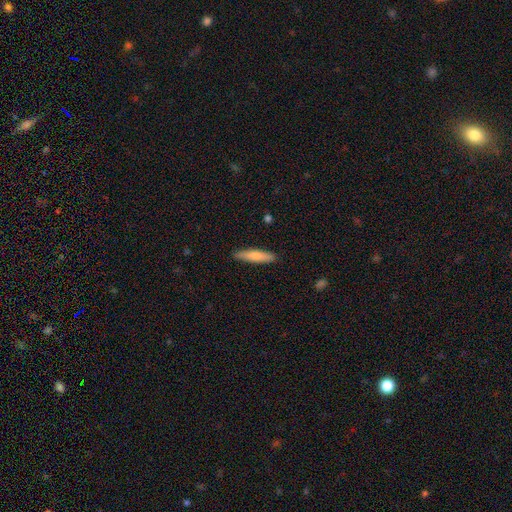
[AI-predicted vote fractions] This appears to be a smooth galaxy with no disk features (77%) that is cigar-shaped (85%). Merging: none (88%).